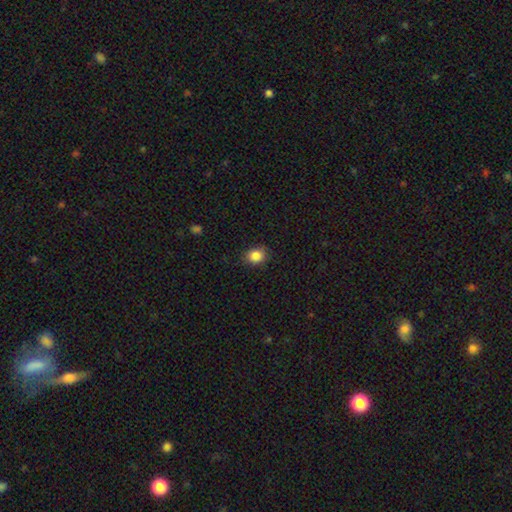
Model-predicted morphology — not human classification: A smooth galaxy with no disk features (86%) that is round (58%). Merging: none (84%).